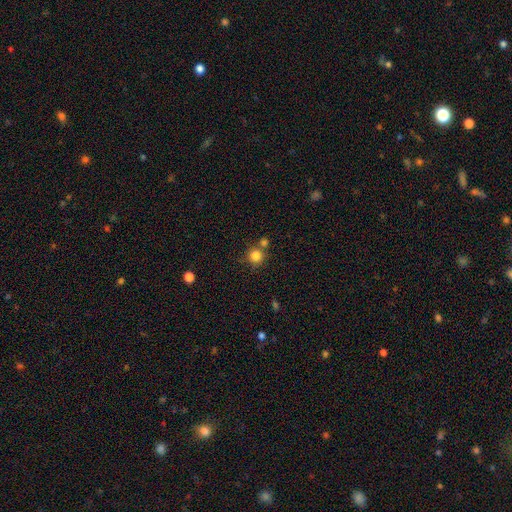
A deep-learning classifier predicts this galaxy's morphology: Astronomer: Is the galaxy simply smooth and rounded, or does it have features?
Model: smooth — 83%.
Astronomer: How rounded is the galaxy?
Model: round — 93%.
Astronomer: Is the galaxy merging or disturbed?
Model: none — 70%.